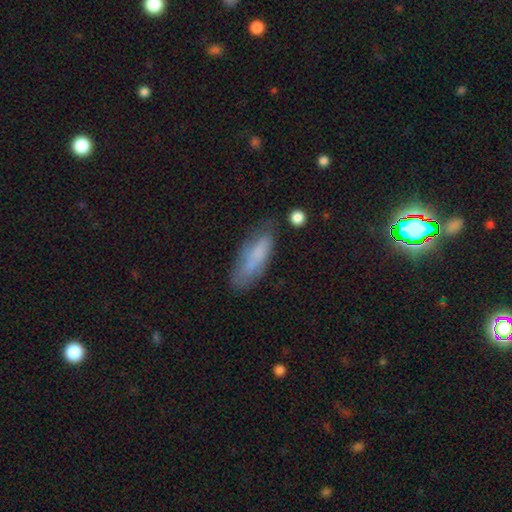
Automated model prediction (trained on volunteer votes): A smooth galaxy with no disk features (69%) that is in between round and cigar-shaped (60%).

Vote fractions:
- Smooth or featured? smooth: 69% / featured or disk: 22% / star or artifact: 8%
- How rounded? in between: 60% / cigar-shaped: 37% / round: 2%
- Merging? none: 59% / minor disturbance: 27% / major disturbance: 9% / merger: 4%